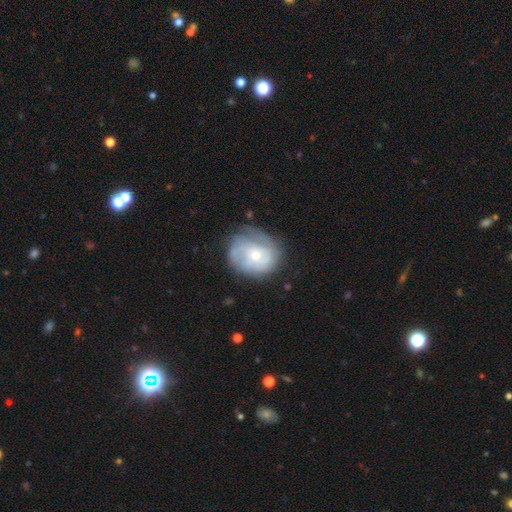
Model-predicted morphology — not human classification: Smooth or featured? featured or disk (60%)
Edge-on disk? no (97%)
Bar? no (79%)
Spiral arms? yes (70%)
Bulge size? small (58%)
Merging? none (57%)